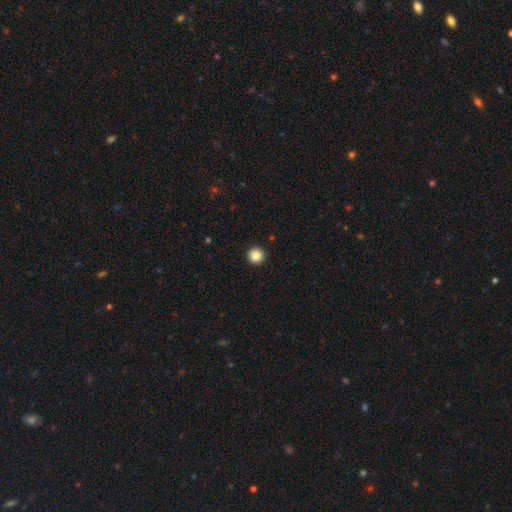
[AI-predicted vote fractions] Smooth or featured?
  - smooth: 86% *
  - star or artifact: 10%
  - featured or disk: 4%
How rounded?
  - round: 97% *
  - in between: 2%
  - cigar-shaped: 1%
Merging?
  - none: 94% *
  - minor disturbance: 4%
  - major disturbance: 1%
  - merger: 1%